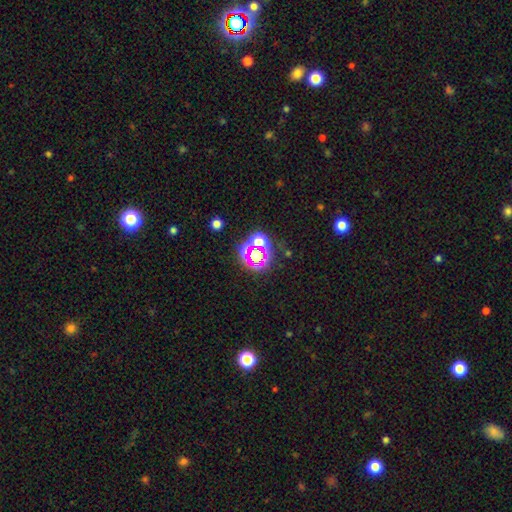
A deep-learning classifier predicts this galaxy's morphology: Overall: star or artifact (58%; smooth 29%).